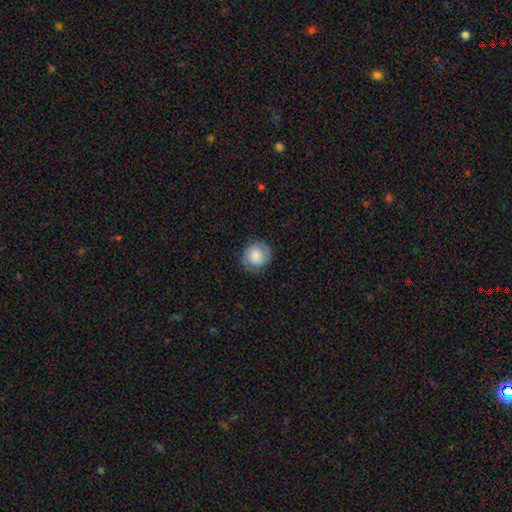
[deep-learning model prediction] A smooth galaxy with no disk features (66%) that is round (86%). Merging: none (82%).